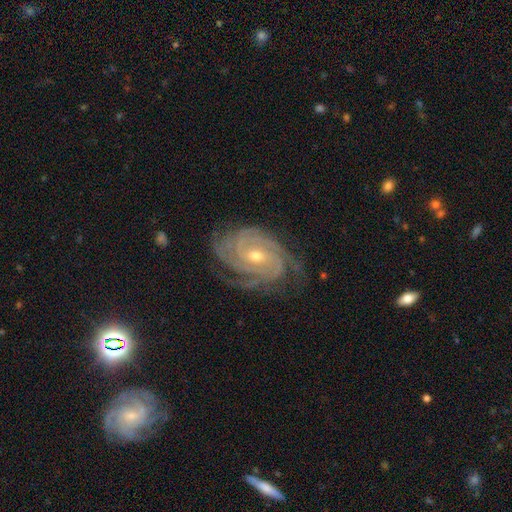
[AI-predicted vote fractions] Smooth or featured: featured or disk — 92% (star or artifact — 5%)
Edge-on disk: no — 97% (yes — 3%)
Bar: no — 51% (weak — 36%)
Spiral arms: yes — 98% (no — 2%)
Spiral winding: tight — 77% (medium — 20%)
Spiral arm count: 3 — 31% (4 — 29%)
Bulge size: small — 50% (moderate — 47%)
Merging: none — 75% (minor disturbance — 18%)